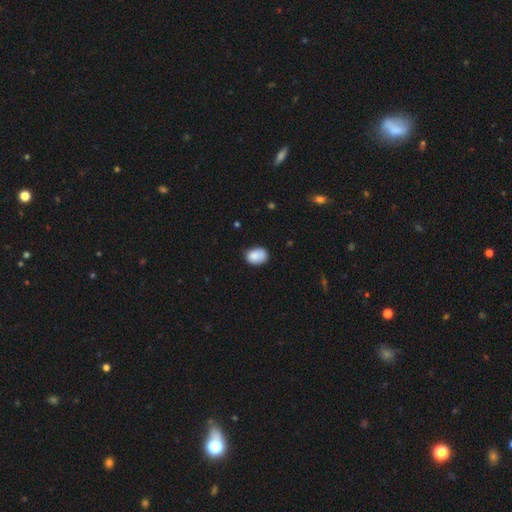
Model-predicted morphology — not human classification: Smooth or featured: smooth — 85% (star or artifact — 8%)
How rounded: in between — 72% (round — 27%)
Merging: none — 68% (minor disturbance — 24%)